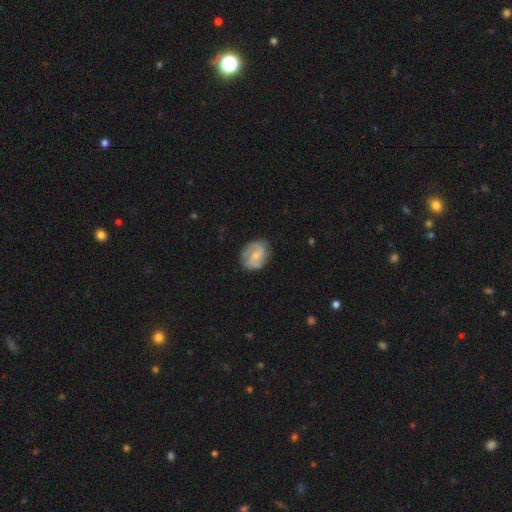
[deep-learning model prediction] Smooth or featured? Predicted: featured or disk (p=0.71). Edge-on disk? Predicted: no (p=0.98). Bar? Predicted: no (p=0.46). Spiral arms? Predicted: yes (p=0.93). Spiral winding? Predicted: medium (p=0.49). Spiral arm count? Predicted: 2 (p=0.82). Bulge size? Predicted: small (p=0.49). Merging? Predicted: none (p=0.78).